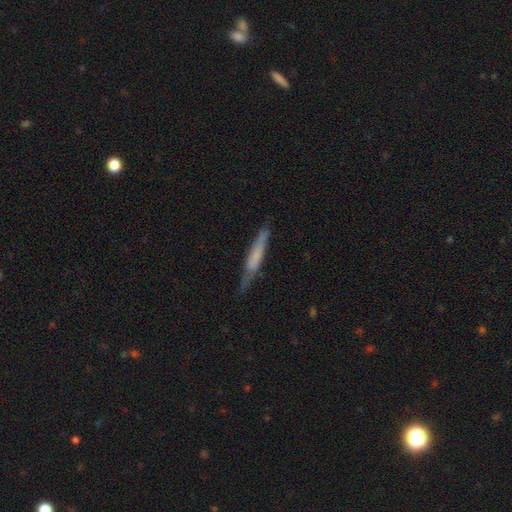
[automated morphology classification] This appears to be a smooth galaxy with no disk features (49%). Merging: none (66%).